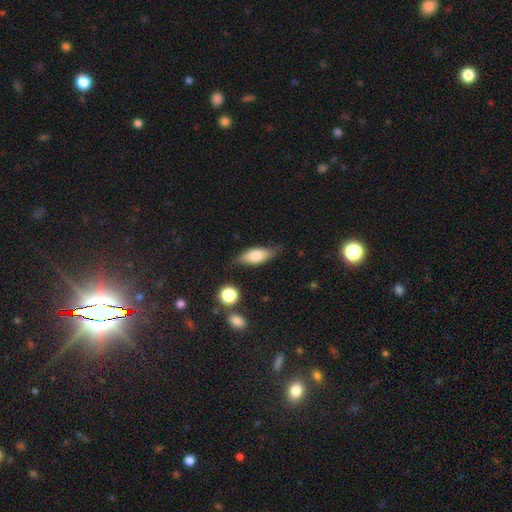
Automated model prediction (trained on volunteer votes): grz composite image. It shows a smooth galaxy with no disk features (71%) that is in between round and cigar-shaped (75%). Merging: none (73%).